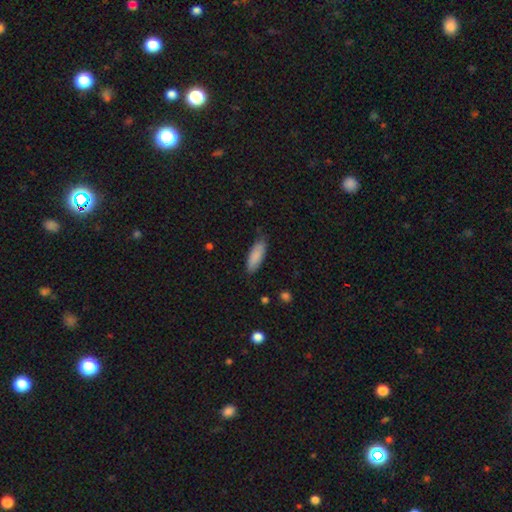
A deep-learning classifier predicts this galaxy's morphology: Smooth or featured?
  - smooth: 87% *
  - featured or disk: 7%
  - star or artifact: 6%
How rounded?
  - in between: 67% *
  - cigar-shaped: 32%
  - round: 2%
Merging?
  - none: 78% *
  - minor disturbance: 18%
  - major disturbance: 3%
  - merger: 1%